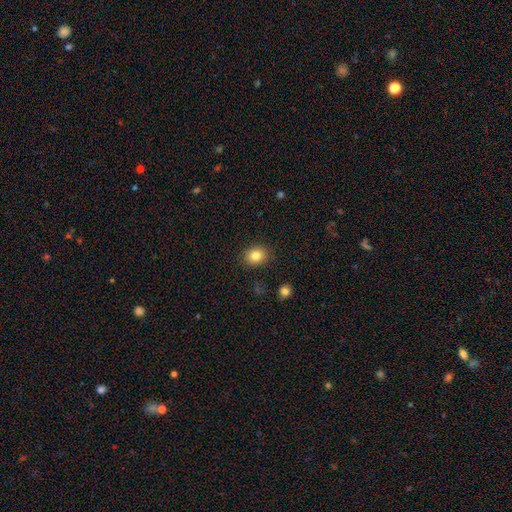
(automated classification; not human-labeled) Smooth or featured?
  - smooth: 82% *
  - star or artifact: 10%
  - featured or disk: 8%
How rounded?
  - round: 51% *
  - in between: 48%
  - cigar-shaped: 1%
Merging?
  - none: 88% *
  - minor disturbance: 9%
  - major disturbance: 2%
  - merger: 1%